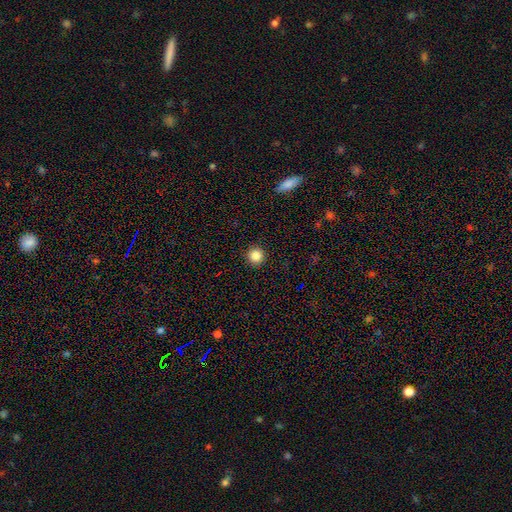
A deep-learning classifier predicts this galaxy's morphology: This is clearly a smooth galaxy (85%). How rounded: clearly round (95%). Merging: clearly none (93%).